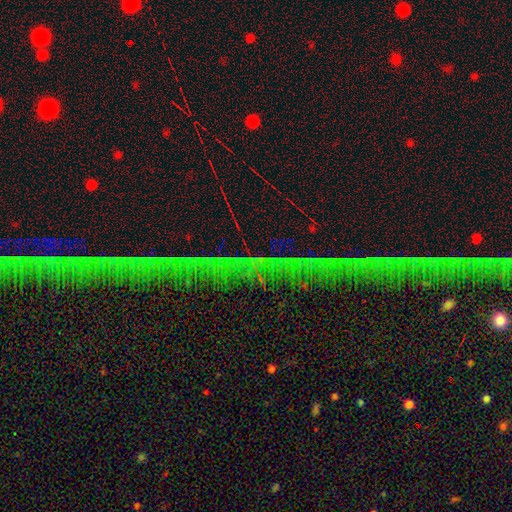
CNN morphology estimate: smooth_or_featured: star or artifact (p=0.84) [alt: featured or disk p=0.09]